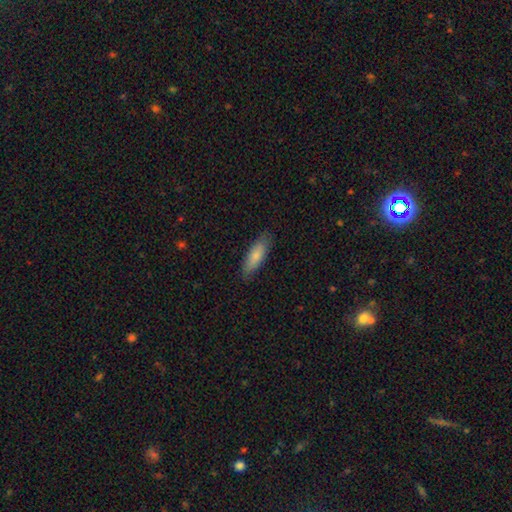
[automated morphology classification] smooth 81%, featured or disk 14%, star or artifact 6%. Down the decision tree: how rounded — in between (58%); merging — none (85%).